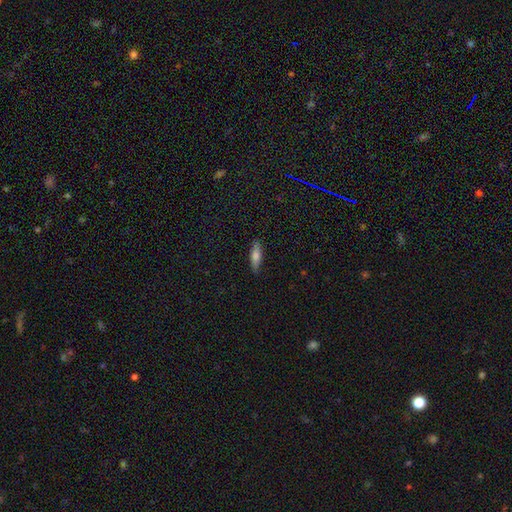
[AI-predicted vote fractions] Smooth or featured: smooth — 70% (featured or disk — 24%)
How rounded: cigar-shaped — 59% (in between — 39%)
Merging: none — 87% (minor disturbance — 10%)